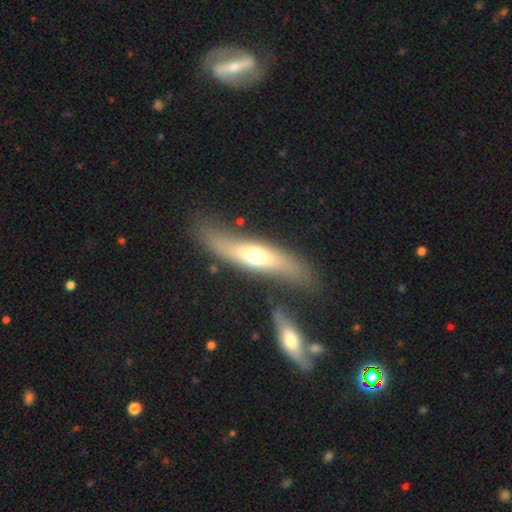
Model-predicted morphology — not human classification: Smooth or featured? smooth (48%)
Merging? none (69%)